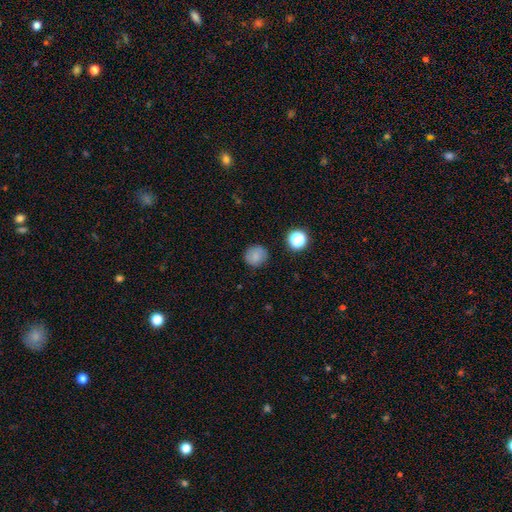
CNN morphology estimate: A smooth galaxy with no disk features (81%) that is round (91%). Merging: none (86%).